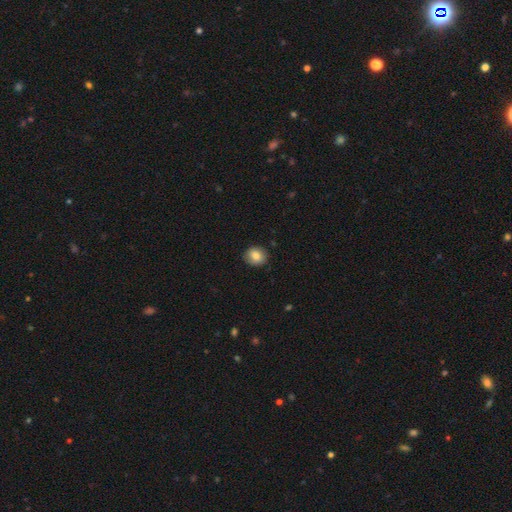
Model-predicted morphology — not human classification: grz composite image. It shows a smooth galaxy with no disk features (83%) that is round (73%). Merging: none (85%).